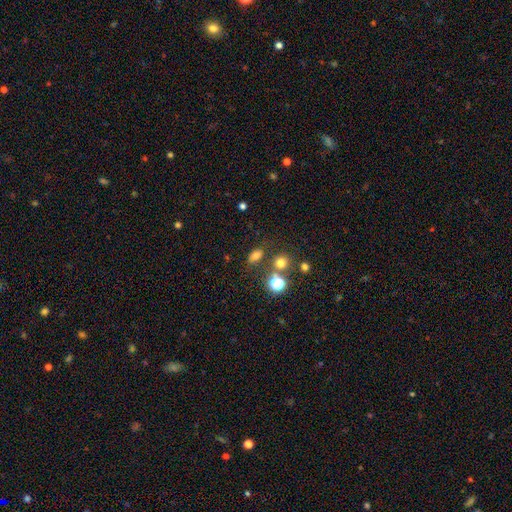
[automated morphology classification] type=smooth (73%); roundness=in between (73%); merging=none (70%).